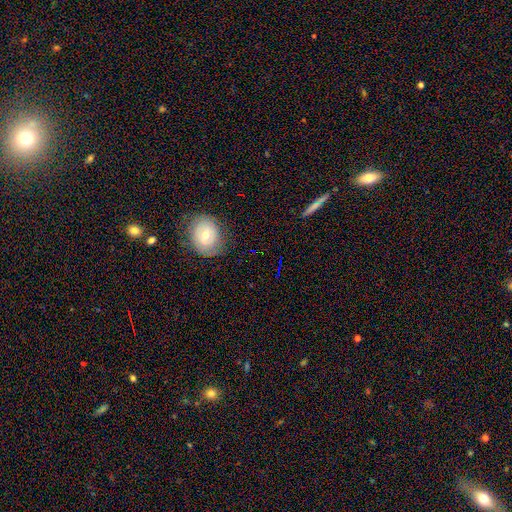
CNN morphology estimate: type=smooth (42%); merging=none (76%).